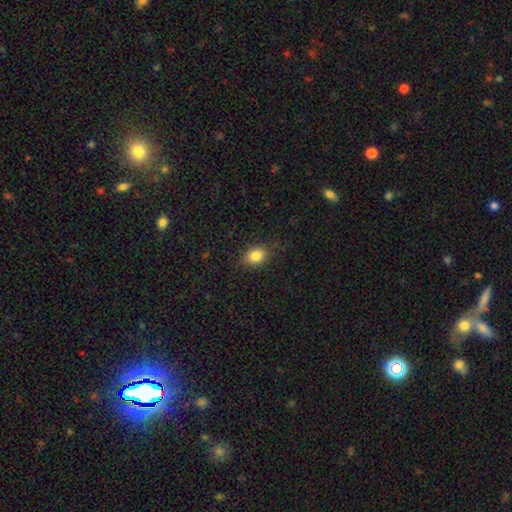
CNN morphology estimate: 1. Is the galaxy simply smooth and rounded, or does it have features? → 84% smooth, 9% star or artifact, 7% featured or disk.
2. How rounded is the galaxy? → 68% in between, 31% round, 1% cigar-shaped.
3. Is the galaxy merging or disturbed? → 85% none, 11% minor disturbance, 3% major disturbance, 1% merger.